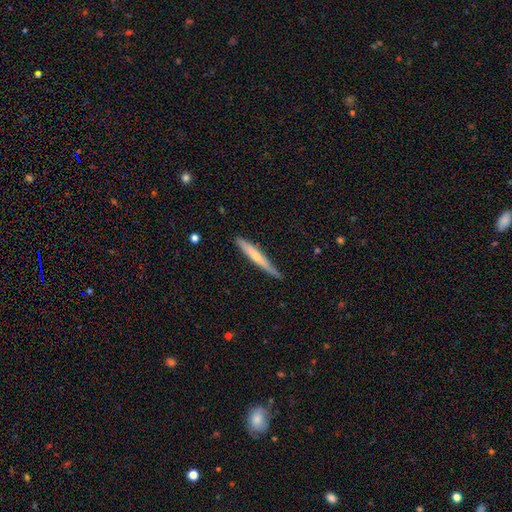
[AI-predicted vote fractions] Smooth or featured? Predicted: smooth (p=0.57). How rounded? Predicted: cigar-shaped (p=0.96). Merging? Predicted: none (p=0.78).